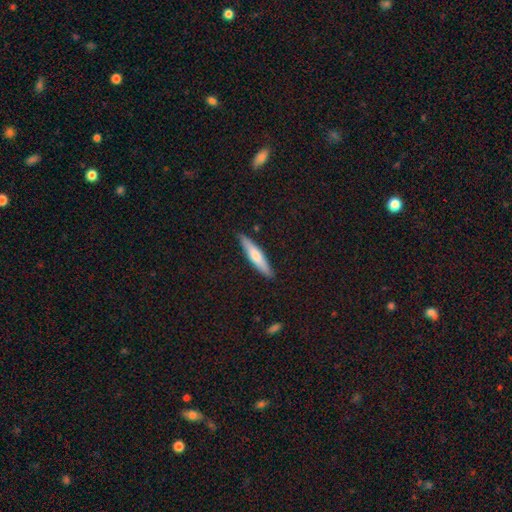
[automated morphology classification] Q: Smooth or featured?
A: smooth (63%); runner-up: featured or disk (32%)
Q: How rounded?
A: cigar-shaped (86%); runner-up: in between (13%)
Q: Merging?
A: none (88%); runner-up: minor disturbance (9%)